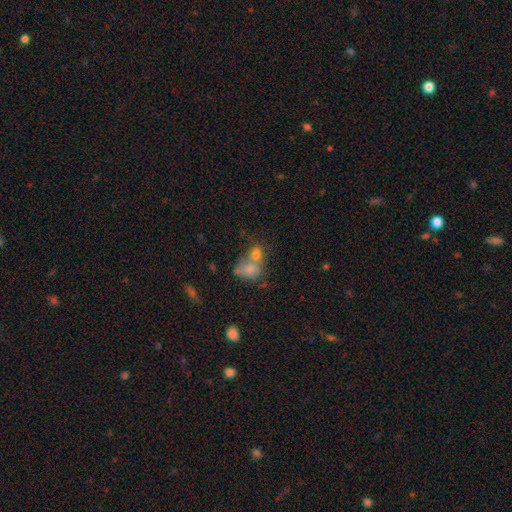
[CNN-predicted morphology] Q: Smooth or featured?
A: smooth (67%); runner-up: star or artifact (16%)
Q: How rounded?
A: round (52%); runner-up: in between (46%)
Q: Merging?
A: merger (55%); runner-up: none (30%)